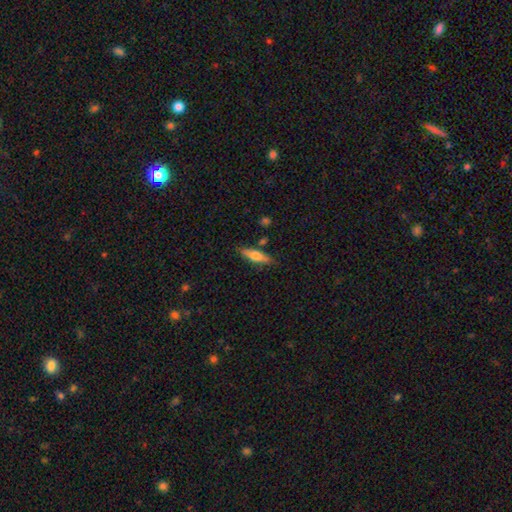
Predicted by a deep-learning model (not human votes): Morphology: type=smooth (64%); roundness=cigar-shaped (62%); merging=none (79%).